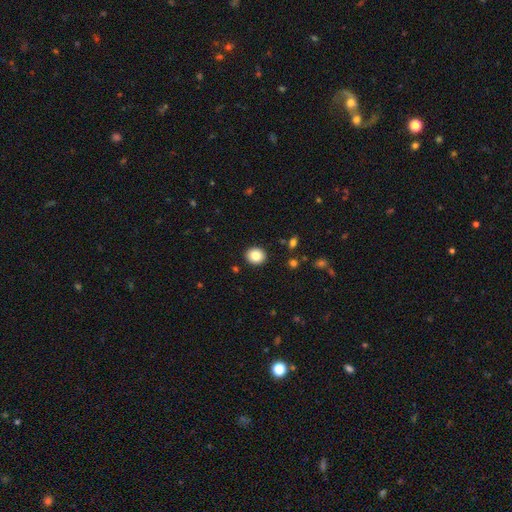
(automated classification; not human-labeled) smooth_or_featured: smooth (p=0.84) [alt: star or artifact p=0.09]
how_rounded: round (p=0.76) [alt: in between p=0.23]
merging: none (p=0.92) [alt: minor disturbance p=0.05]